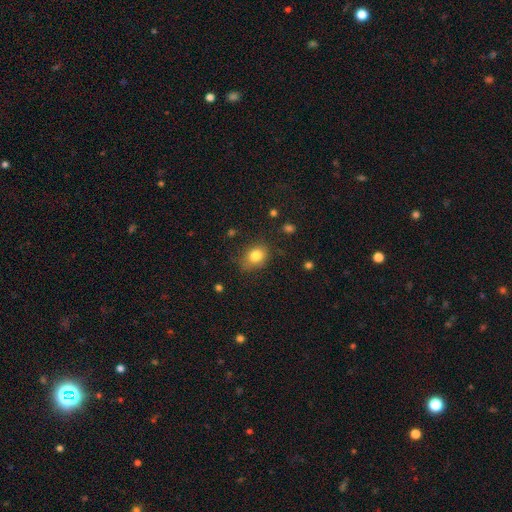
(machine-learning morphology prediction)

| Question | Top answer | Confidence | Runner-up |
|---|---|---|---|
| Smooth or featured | smooth | 81% | star or artifact (10%) |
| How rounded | in between | 55% | round (44%) |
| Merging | none | 69% | minor disturbance (23%) |